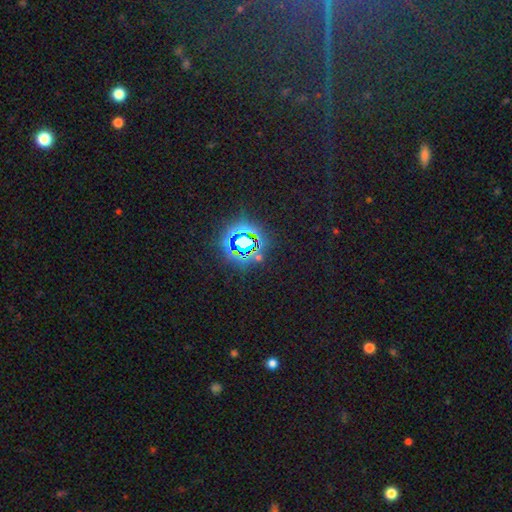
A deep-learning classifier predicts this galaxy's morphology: Q: Smooth or featured?
A: star or artifact (78%); runner-up: smooth (14%)